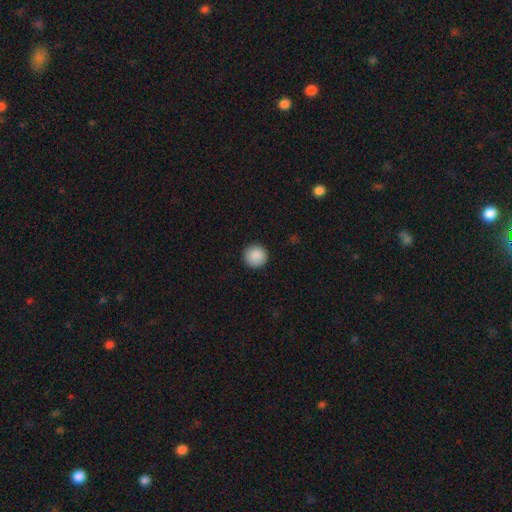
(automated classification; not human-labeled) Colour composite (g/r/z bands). It shows a smooth galaxy with no disk features (89%) that is round (96%). Merging: none (92%).